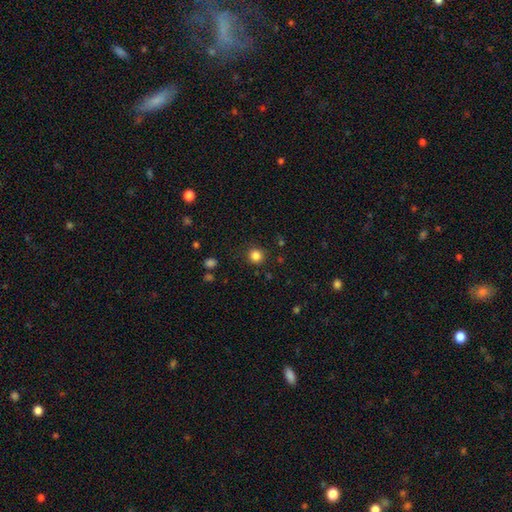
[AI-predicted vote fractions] Overall: smooth (83%). How rounded: round (93%). Merging: none (89%).